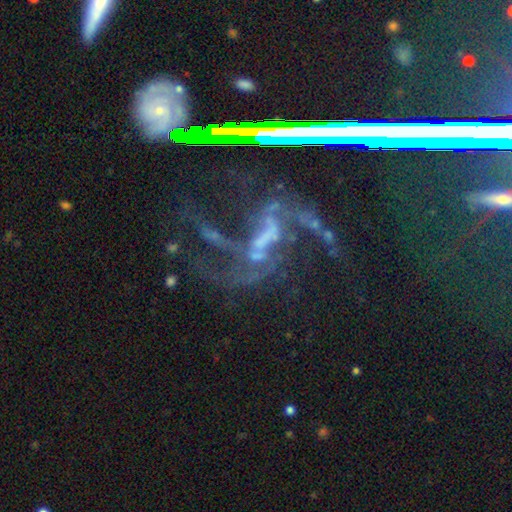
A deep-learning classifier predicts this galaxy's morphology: featured or disk 70%, star or artifact 21%, smooth 9%. Down the decision tree: edge-on disk — no (95%); bar — no (35%); spiral arms — yes (71%); bulge size — none (46%); merging — major disturbance (41%).